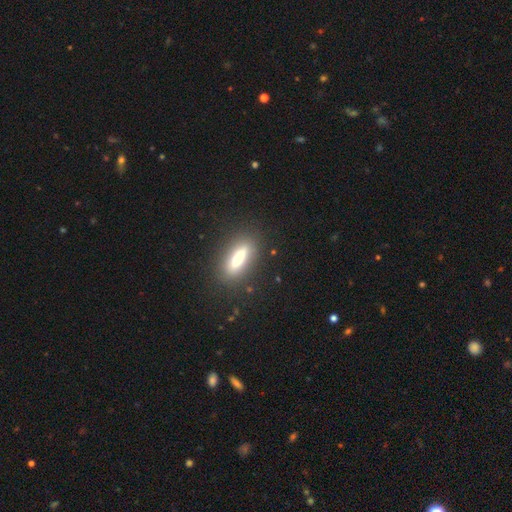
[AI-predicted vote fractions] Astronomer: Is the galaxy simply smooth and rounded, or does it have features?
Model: smooth — 66%.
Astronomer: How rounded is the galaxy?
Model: in between — 61%.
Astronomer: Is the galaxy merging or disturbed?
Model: none — 85%.